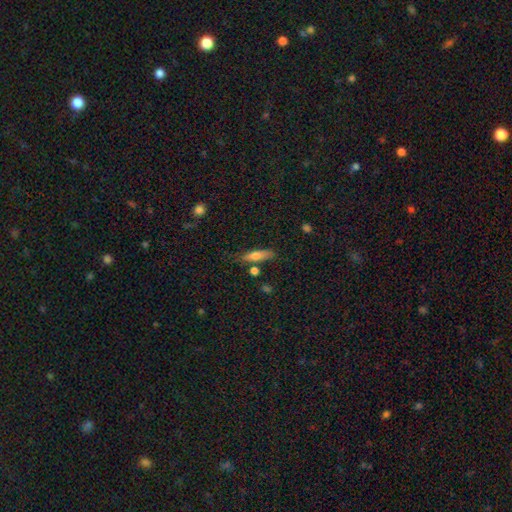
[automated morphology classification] Smooth or featured? smooth (66%)
How rounded? cigar-shaped (62%)
Merging? none (72%)